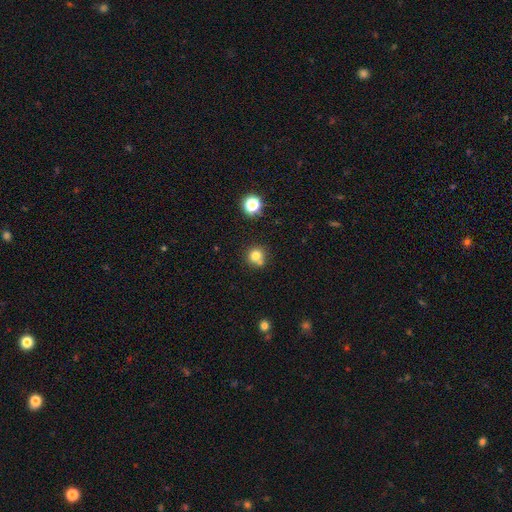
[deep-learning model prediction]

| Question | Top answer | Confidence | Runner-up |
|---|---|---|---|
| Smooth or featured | smooth | 77% | star or artifact (14%) |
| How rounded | round | 90% | in between (9%) |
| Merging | none | 64% | merger (22%) |